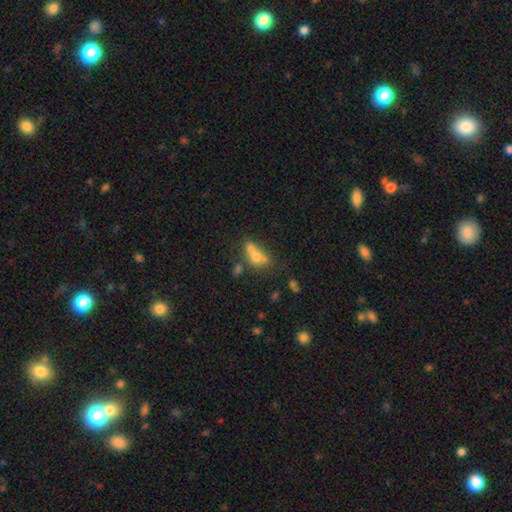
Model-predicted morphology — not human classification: smooth-or-featured: smooth: 61% | featured or disk: 25% | star or artifact: 14%
  how-rounded: in between: 50% | round: 47% | cigar-shaped: 3%
  merging: merger: 59% | none: 24% | minor disturbance: 9% | major disturbance: 8%